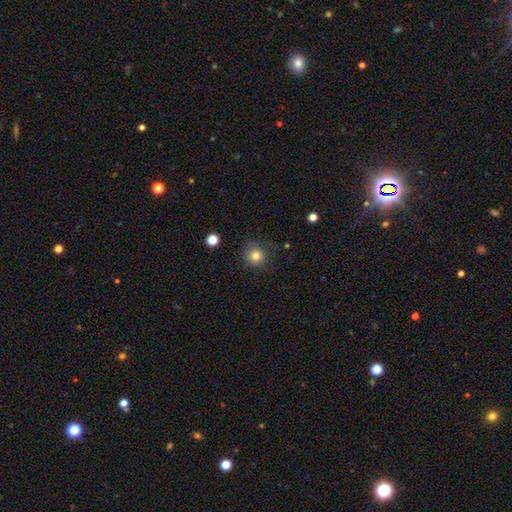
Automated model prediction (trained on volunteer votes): Smooth or featured? Predicted: smooth (p=0.81). How rounded? Predicted: round (p=0.93). Merging? Predicted: none (p=0.80).